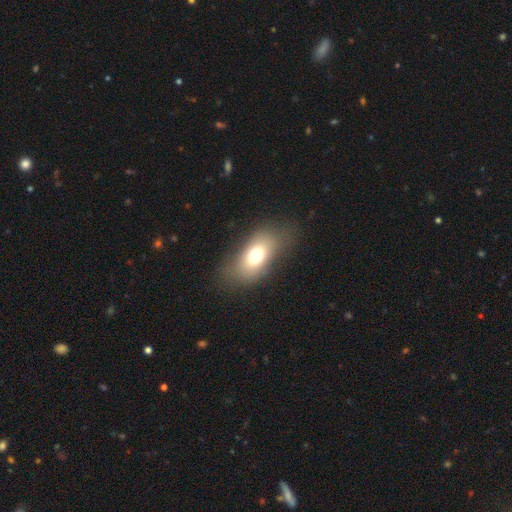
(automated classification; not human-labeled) This appears to be a smooth galaxy with no disk features (71%) that is in between round and cigar-shaped (86%). Merging: none (73%).